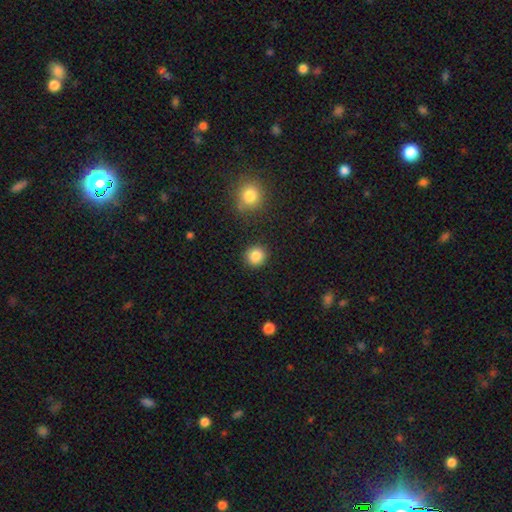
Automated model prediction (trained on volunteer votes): A smooth galaxy with no disk features (86%) that is round (91%).

Vote fractions:
- Smooth or featured? smooth: 86% / star or artifact: 10% / featured or disk: 4%
- How rounded? round: 91% / in between: 9% / cigar-shaped: 1%
- Merging? none: 89% / minor disturbance: 6% / major disturbance: 2% / merger: 2%